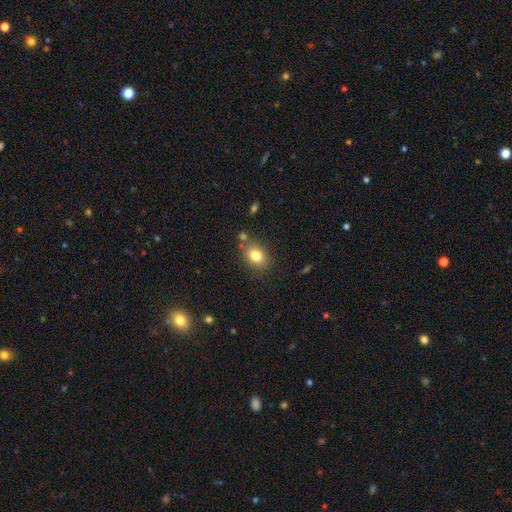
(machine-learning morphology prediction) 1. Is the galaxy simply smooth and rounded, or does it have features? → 81% smooth, 10% star or artifact, 9% featured or disk.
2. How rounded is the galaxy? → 66% in between, 33% round, 1% cigar-shaped.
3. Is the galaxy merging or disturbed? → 75% none, 13% minor disturbance, 8% merger, 4% major disturbance.